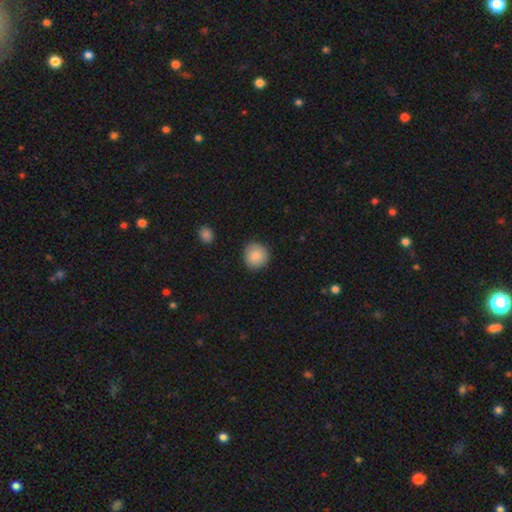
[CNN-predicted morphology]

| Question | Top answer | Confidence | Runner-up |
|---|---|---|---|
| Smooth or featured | smooth | 88% | star or artifact (8%) |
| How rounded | round | 93% | in between (6%) |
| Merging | none | 90% | minor disturbance (7%) |